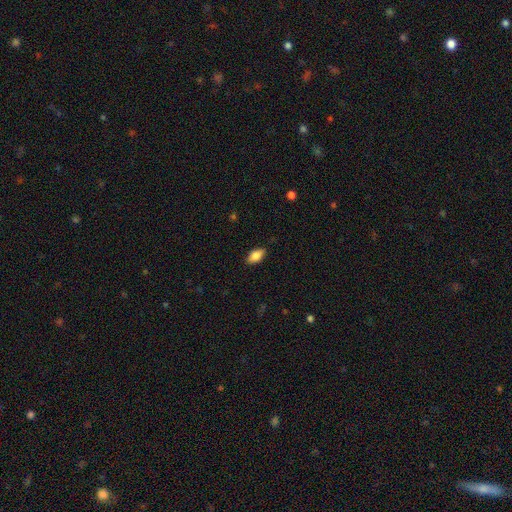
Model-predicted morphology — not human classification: This appears to be a smooth galaxy with no disk features (82%) that is in between round and cigar-shaped (90%). Merging: none (86%).